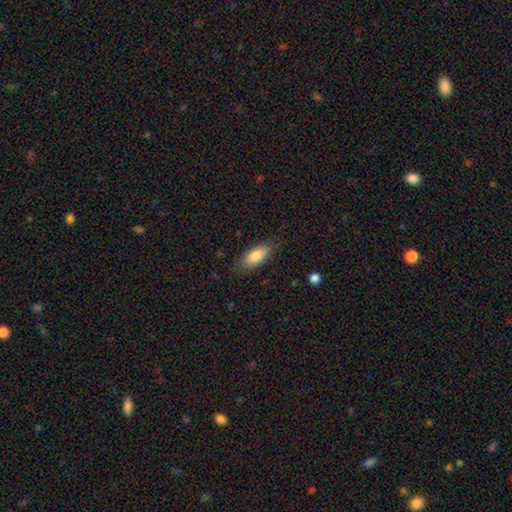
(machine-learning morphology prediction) Smooth or featured: smooth — 80% (featured or disk — 13%)
How rounded: in between — 79% (cigar-shaped — 18%)
Merging: none — 79% (minor disturbance — 16%)